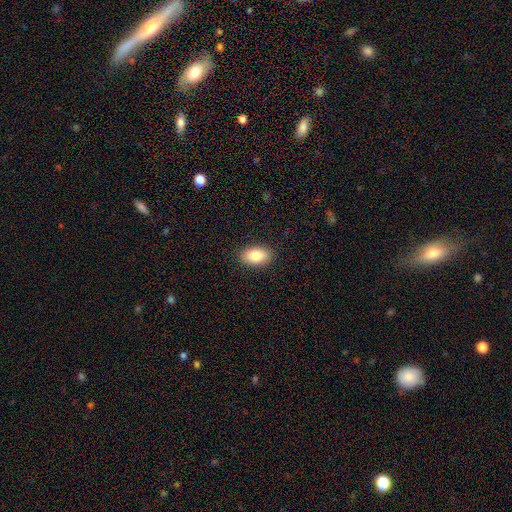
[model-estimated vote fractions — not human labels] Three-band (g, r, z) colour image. It shows a smooth galaxy with no disk features (84%) that is in between round and cigar-shaped (92%). Merging: none (89%).